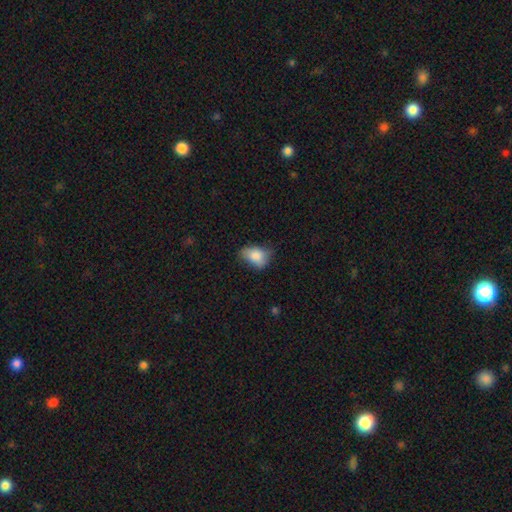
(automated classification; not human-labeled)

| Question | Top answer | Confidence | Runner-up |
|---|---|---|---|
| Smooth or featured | smooth | 82% | featured or disk (10%) |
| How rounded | in between | 82% | round (16%) |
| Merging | none | 49% | minor disturbance (39%) |